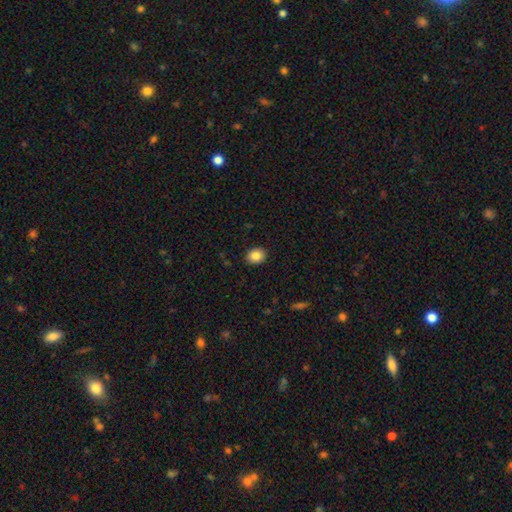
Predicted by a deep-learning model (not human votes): Morphology: type=smooth (86%); roundness=in between (53%); merging=none (89%).